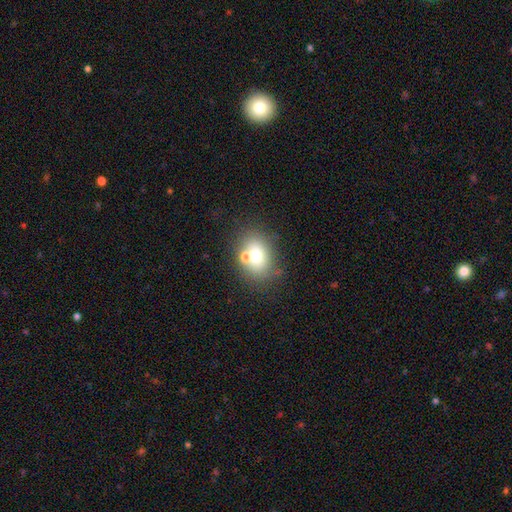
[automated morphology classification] Smooth or featured? smooth (68%)
How rounded? in between (62%)
Merging? none (58%)